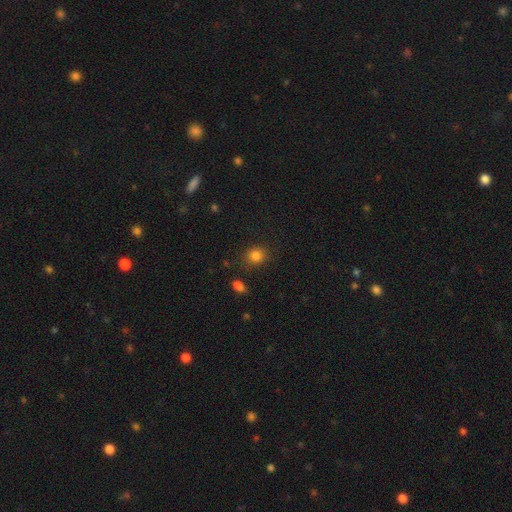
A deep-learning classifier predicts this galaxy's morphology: smooth_or_featured: smooth (p=0.84) [alt: star or artifact p=0.12]
how_rounded: round (p=0.71) [alt: in between p=0.28]
merging: none (p=0.81) [alt: minor disturbance p=0.12]